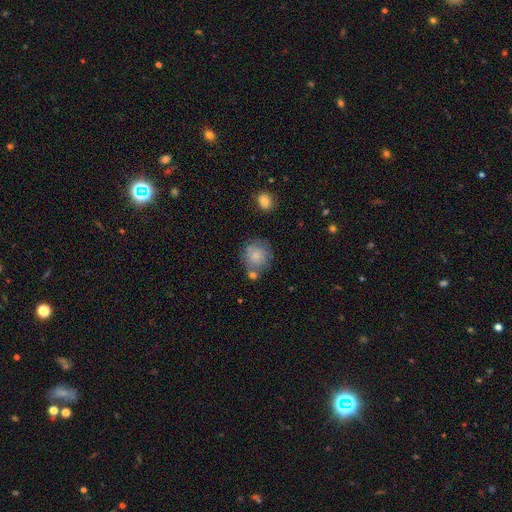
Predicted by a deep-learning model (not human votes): smooth 79%, featured or disk 13%, star or artifact 8%. Down the decision tree: how rounded — round (87%); merging — none (63%).